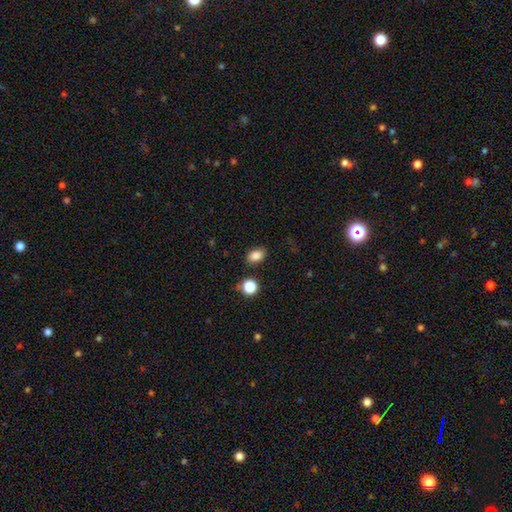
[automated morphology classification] This is clearly a smooth galaxy (85%). How rounded: likely in between (77%). Merging: clearly none (85%).